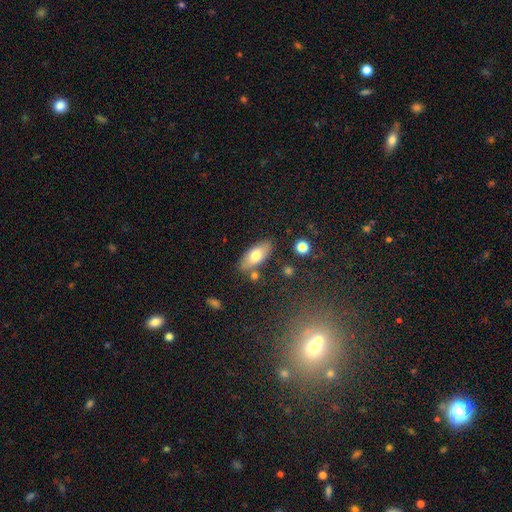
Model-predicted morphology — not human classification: smooth_or_featured: smooth (p=0.72) [alt: featured or disk p=0.22]
how_rounded: in between (p=0.82) [alt: cigar-shaped p=0.15]
merging: none (p=0.77) [alt: minor disturbance p=0.13]